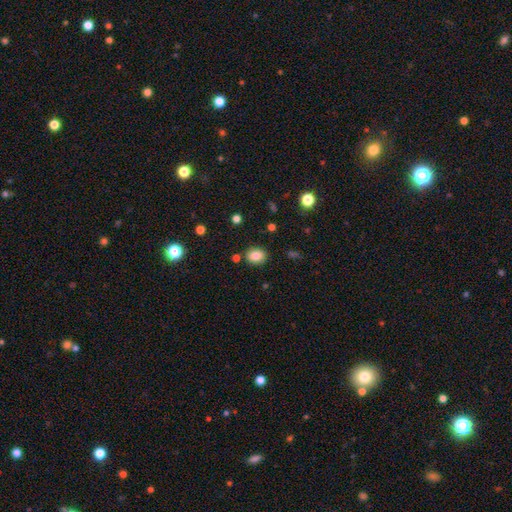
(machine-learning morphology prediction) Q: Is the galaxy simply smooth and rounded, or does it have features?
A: smooth — 83%.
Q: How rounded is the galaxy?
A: in between — 54%.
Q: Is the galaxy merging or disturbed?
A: none — 84%.